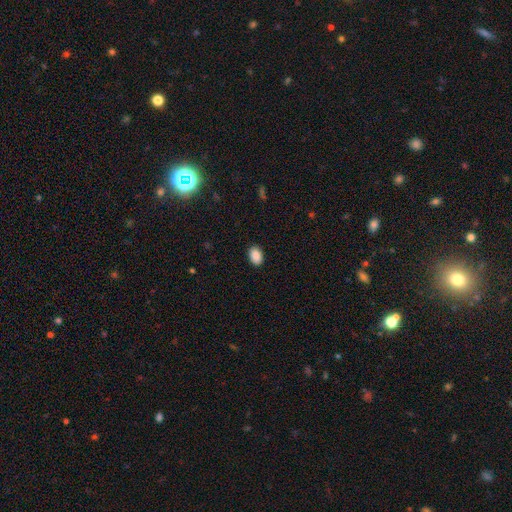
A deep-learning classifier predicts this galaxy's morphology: Smooth or featured?
  - smooth: 90% *
  - star or artifact: 8%
  - featured or disk: 3%
How rounded?
  - in between: 86% *
  - round: 13%
  - cigar-shaped: 1%
Merging?
  - none: 89% *
  - minor disturbance: 8%
  - major disturbance: 2%
  - merger: 1%